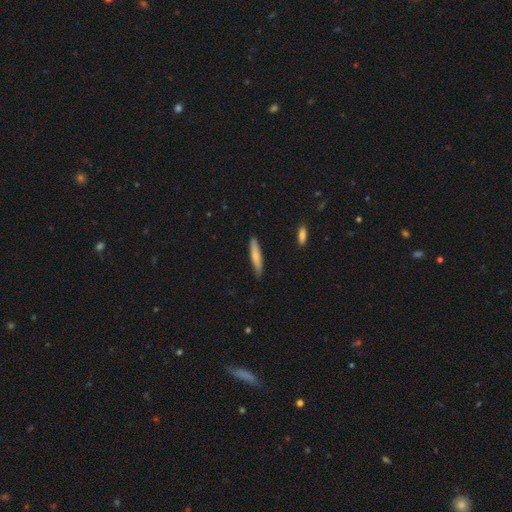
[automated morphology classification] smooth_or_featured: smooth (p=0.67) [alt: featured or disk p=0.27]
how_rounded: cigar-shaped (p=0.87) [alt: in between p=0.11]
merging: none (p=0.86) [alt: minor disturbance p=0.11]